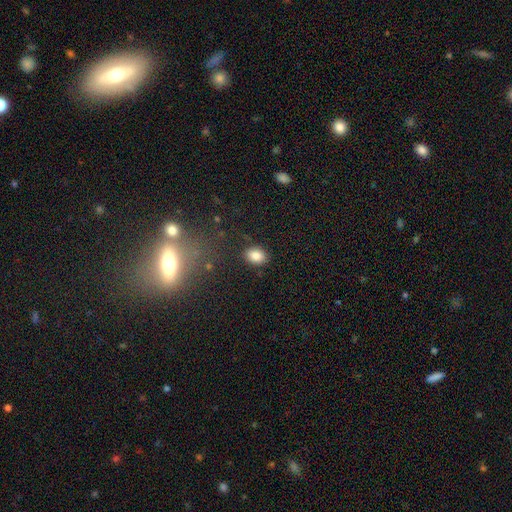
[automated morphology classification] This appears to be a smooth galaxy with no disk features (85%) that is in between round and cigar-shaped (69%). Merging: none (85%).